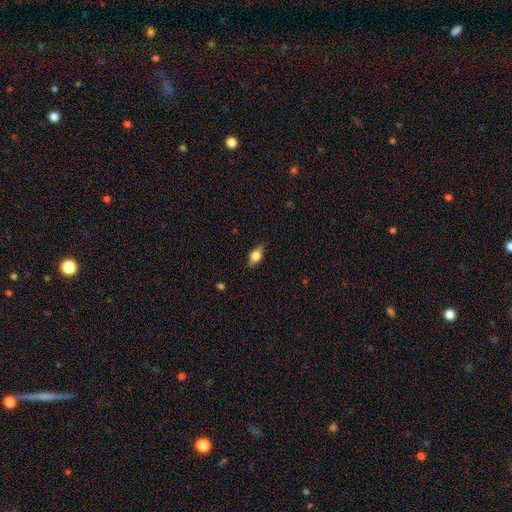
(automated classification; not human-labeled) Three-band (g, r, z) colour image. It shows a smooth galaxy with no disk features (62%) that is in between round and cigar-shaped (80%). Merging: none (84%).